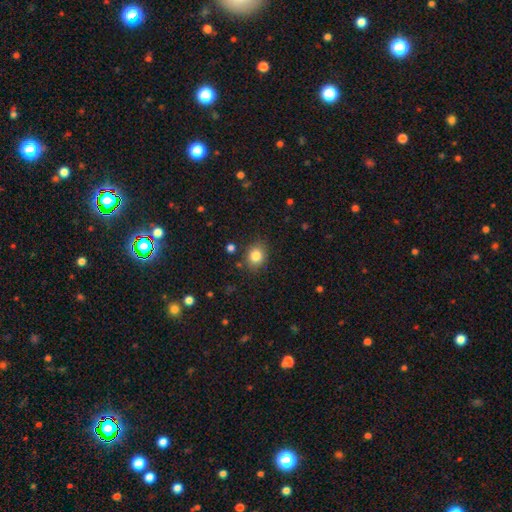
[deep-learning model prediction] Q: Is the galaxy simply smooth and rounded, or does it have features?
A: smooth — 83%.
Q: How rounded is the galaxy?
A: round — 56%.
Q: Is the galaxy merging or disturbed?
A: none — 83%.